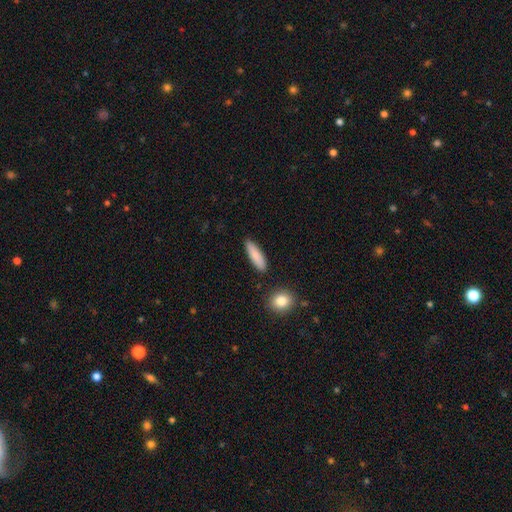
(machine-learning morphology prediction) A smooth galaxy with no disk features (84%) that is cigar-shaped (64%).

Vote fractions:
- Smooth or featured? smooth: 84% / featured or disk: 9% / star or artifact: 6%
- How rounded? cigar-shaped: 64% / in between: 34% / round: 2%
- Merging? none: 87% / minor disturbance: 9% / merger: 3% / major disturbance: 2%